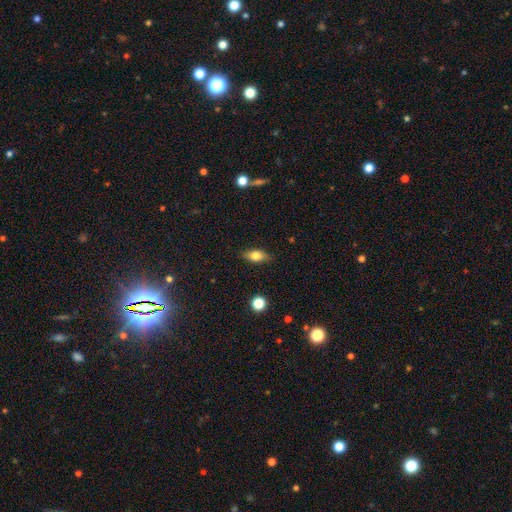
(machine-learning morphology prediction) This is likely a smooth galaxy (76%). How rounded: clearly in between (82%). Merging: clearly none (85%).